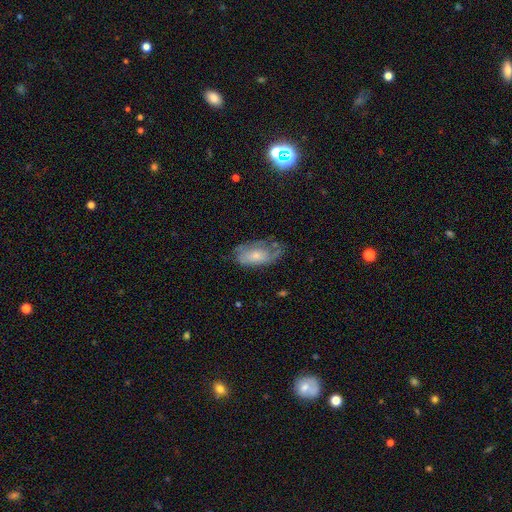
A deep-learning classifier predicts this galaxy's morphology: type=smooth (48%); merging=none (43%).